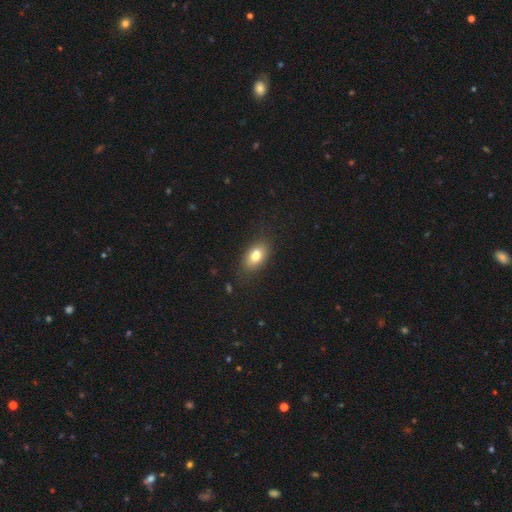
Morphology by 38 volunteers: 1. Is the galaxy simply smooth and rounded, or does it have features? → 76% smooth, 16% featured or disk, 8% star or artifact.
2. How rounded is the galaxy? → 93% in between, 7% round, 0% cigar-shaped.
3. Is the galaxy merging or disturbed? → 69% none, 23% minor disturbance, 6% merger, 3% major disturbance.